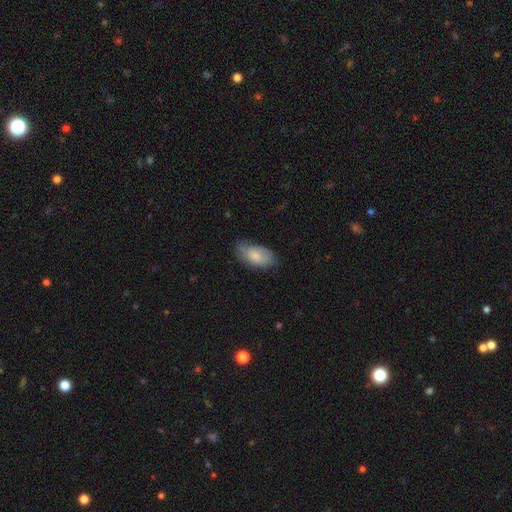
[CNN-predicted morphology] Overall: smooth (76%). How rounded: in between (93%). Merging: none (63%; minor disturbance 29%).